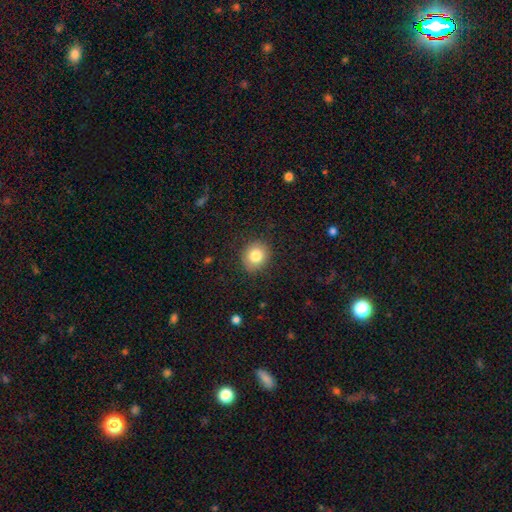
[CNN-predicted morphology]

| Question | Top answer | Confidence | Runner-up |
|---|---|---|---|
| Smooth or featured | smooth | 82% | star or artifact (9%) |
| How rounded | round | 77% | in between (23%) |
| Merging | none | 87% | minor disturbance (9%) |